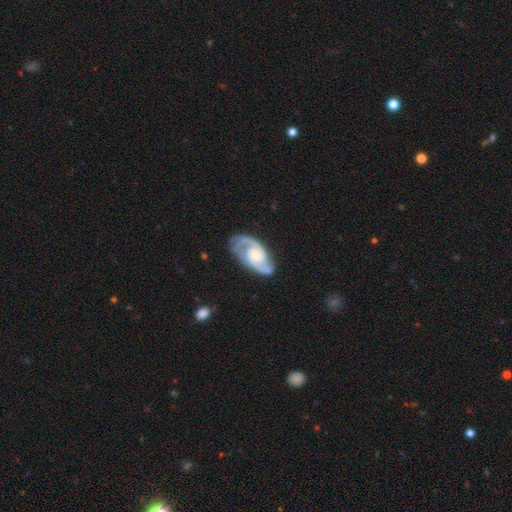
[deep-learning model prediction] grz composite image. It shows a featured or disk galaxy (86%) with no bar (57%), 2 (89%) medium (51%) spiral arms (97%) and a moderate central bulge (43%). Merging: none (74%).